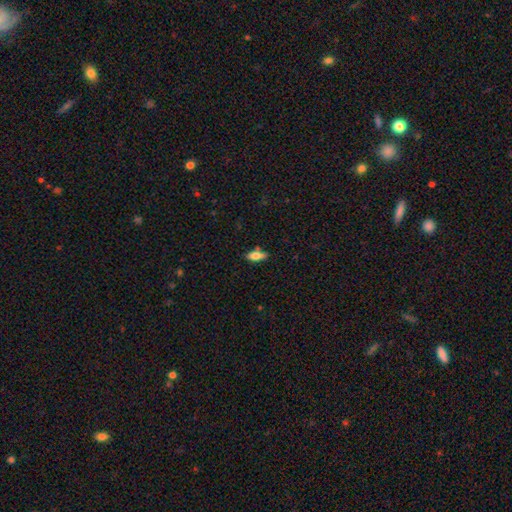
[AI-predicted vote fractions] The model was most divided on "smooth or featured": smooth: 68%, featured or disk: 24%, star or artifact: 8%. More confident: merging — none (77%); how rounded — in between (72%).